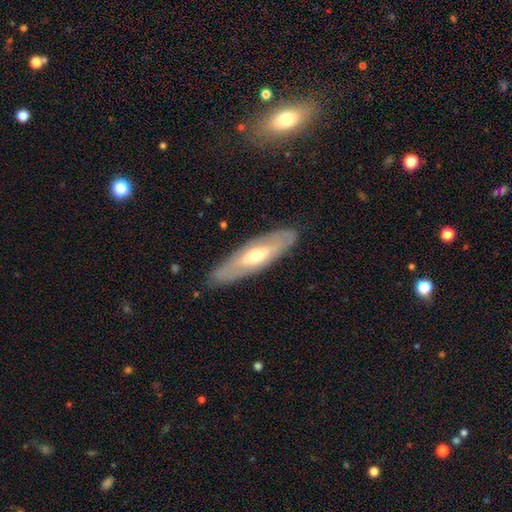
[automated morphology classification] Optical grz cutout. It shows a featured or disk galaxy (56%). Merging: none (85%).